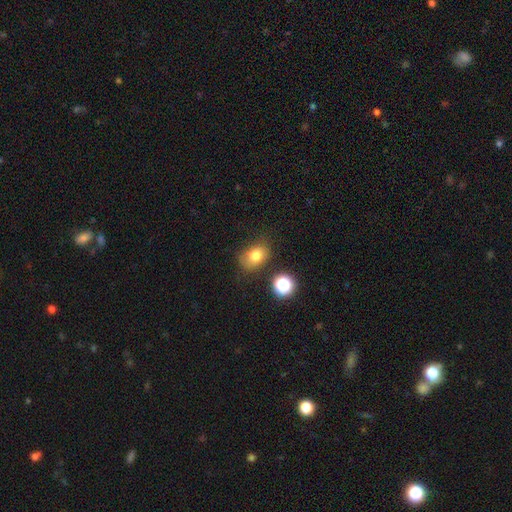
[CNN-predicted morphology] Q: Smooth or featured?
A: smooth (77%); runner-up: star or artifact (13%)
Q: How rounded?
A: in between (67%); runner-up: round (32%)
Q: Merging?
A: none (67%); runner-up: minor disturbance (21%)